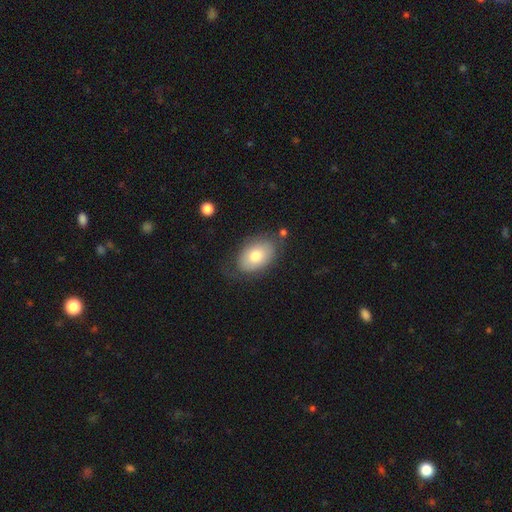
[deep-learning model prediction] A smooth galaxy with no disk features (72%) that is in between round and cigar-shaped (84%).

Vote fractions:
- Smooth or featured? smooth: 72% / featured or disk: 21% / star or artifact: 7%
- How rounded? in between: 84% / round: 14% / cigar-shaped: 1%
- Merging? none: 68% / minor disturbance: 21% / major disturbance: 9% / merger: 3%